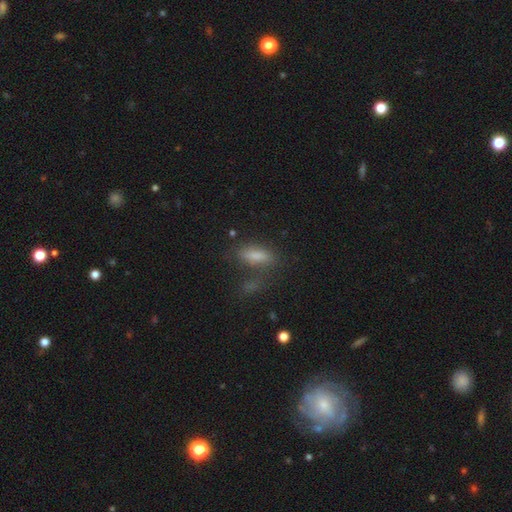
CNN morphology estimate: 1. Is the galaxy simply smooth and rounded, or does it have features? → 72% smooth, 14% featured or disk, 13% star or artifact.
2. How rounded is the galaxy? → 56% in between, 40% cigar-shaped, 4% round.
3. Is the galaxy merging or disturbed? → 60% none, 18% minor disturbance, 12% merger, 10% major disturbance.